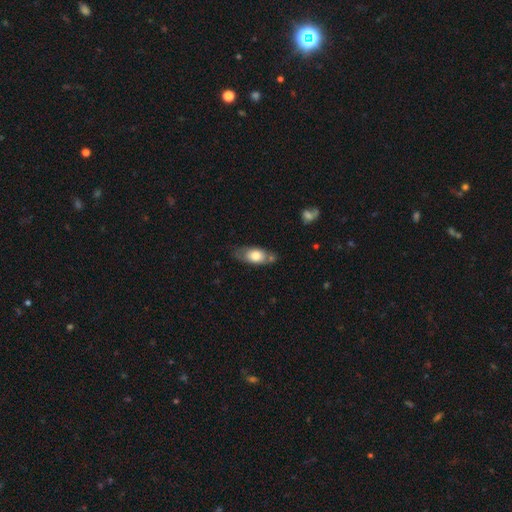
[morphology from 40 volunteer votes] This appears to be a smooth galaxy with no disk features (65%) that is in between round and cigar-shaped (77%). Merging: none (58%).